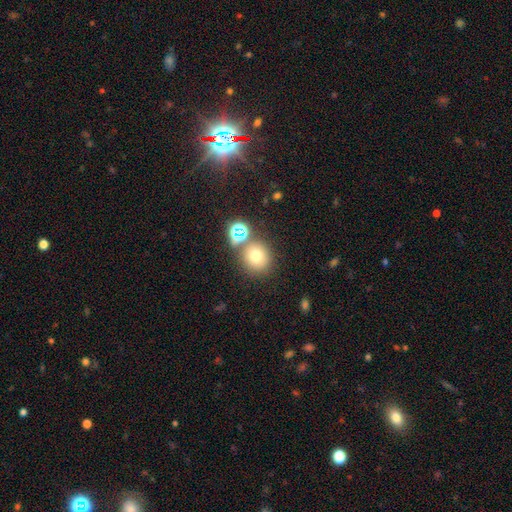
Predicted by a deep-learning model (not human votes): smooth_or_featured: smooth (p=0.71) [alt: star or artifact p=0.19]
how_rounded: round (p=0.89) [alt: in between p=0.10]
merging: none (p=0.71) [alt: merger p=0.17]